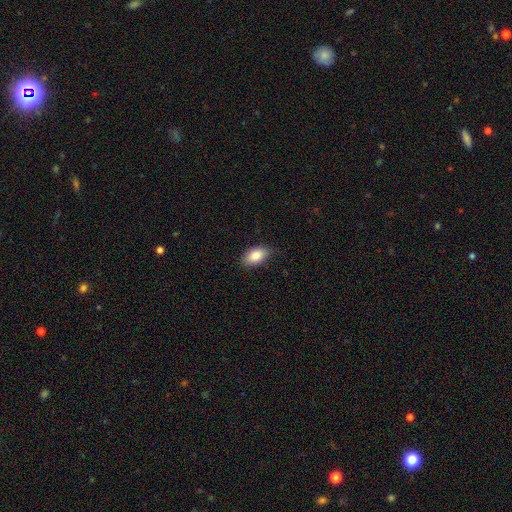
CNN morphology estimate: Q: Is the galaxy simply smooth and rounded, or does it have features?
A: smooth — 84%.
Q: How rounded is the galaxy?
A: in between — 92%.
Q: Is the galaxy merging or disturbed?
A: none — 80%.